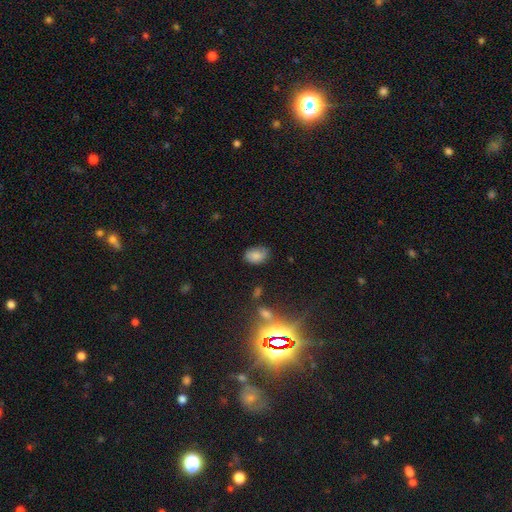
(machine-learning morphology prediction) This is likely a smooth galaxy (79%). How rounded: clearly in between (84%). Merging: likely none (67%).